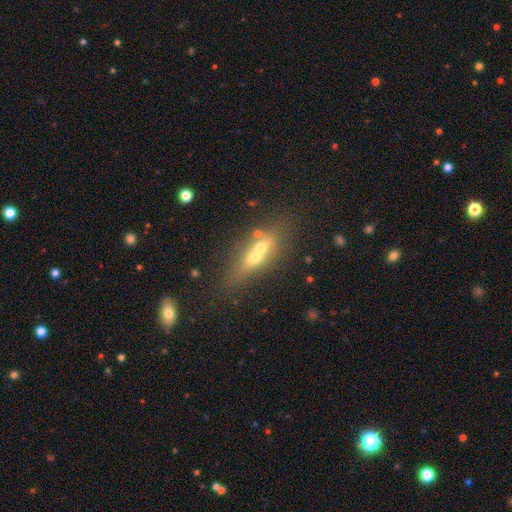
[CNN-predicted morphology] Smooth or featured?
  - smooth: 44% *
  - featured or disk: 42%
  - star or artifact: 14%
Merging?
  - merger: 53% *
  - none: 34%
  - minor disturbance: 8%
  - major disturbance: 5%